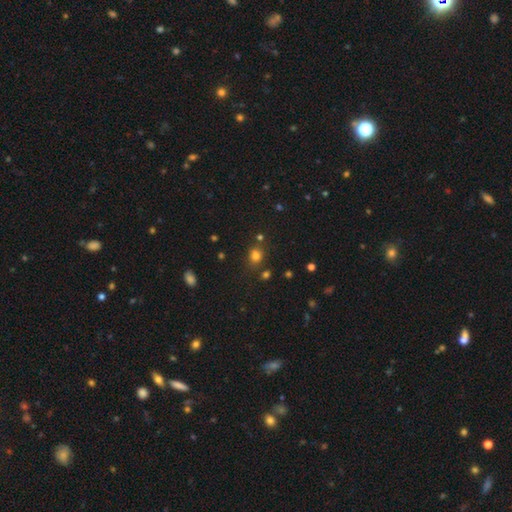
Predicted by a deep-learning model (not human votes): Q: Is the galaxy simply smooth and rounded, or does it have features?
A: smooth — 76%.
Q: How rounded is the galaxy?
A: round — 63%.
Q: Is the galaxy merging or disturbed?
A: none — 75%.